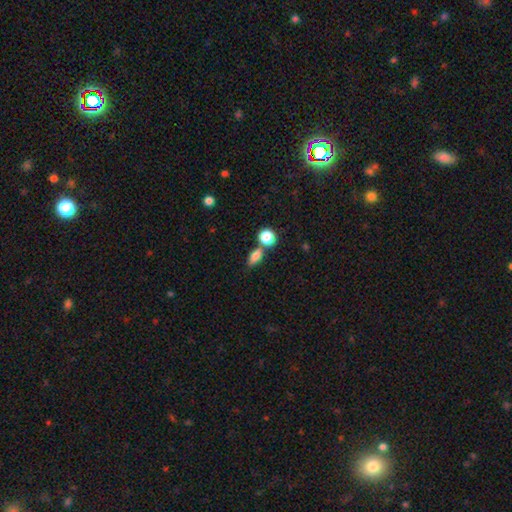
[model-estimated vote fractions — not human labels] This is clearly a smooth galaxy (82%). How rounded: likely in between (75%). Merging: possibly none (53%).